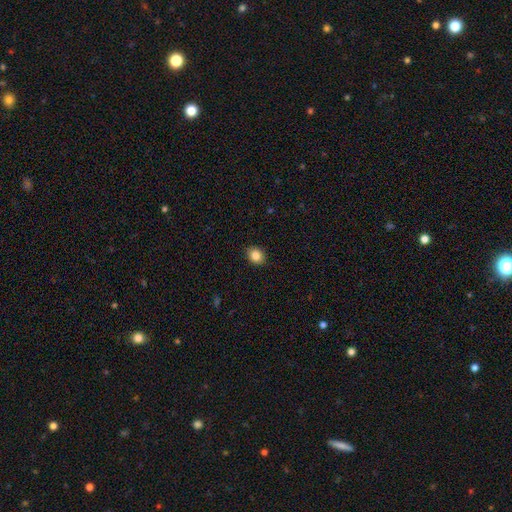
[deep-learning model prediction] A smooth galaxy with no disk features (85%) that is round (56%). Merging: none (90%).